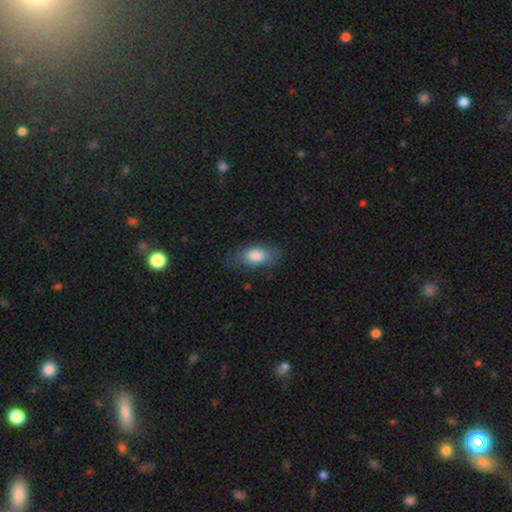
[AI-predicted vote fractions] smooth 84%, featured or disk 9%, star or artifact 7%. Down the decision tree: how rounded — in between (89%); merging — none (74%).